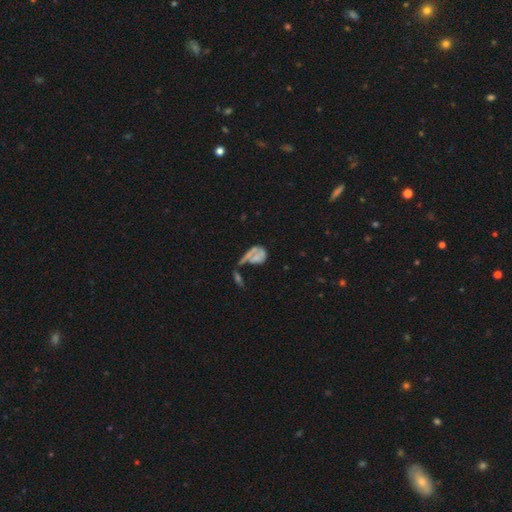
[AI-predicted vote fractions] Smooth or featured: featured or disk — 45% (tied with smooth — 45%)
Merging: merger — 36% (major disturbance — 28%)